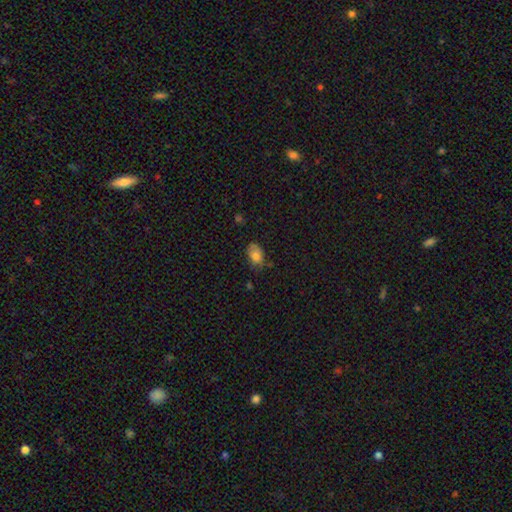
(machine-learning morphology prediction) The model was most divided on "merging": none: 58%, minor disturbance: 31%, major disturbance: 8%, merger: 3%. More confident: how rounded — in between (86%); smooth or featured — smooth (78%).